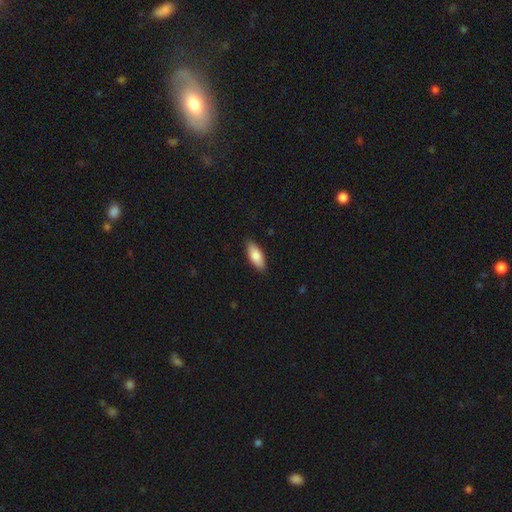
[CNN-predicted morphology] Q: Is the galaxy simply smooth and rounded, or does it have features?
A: smooth — 82%.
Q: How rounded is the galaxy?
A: in between — 80%.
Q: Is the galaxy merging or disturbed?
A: none — 88%.